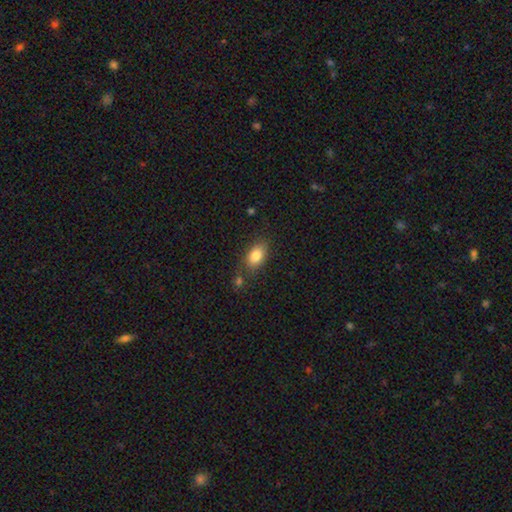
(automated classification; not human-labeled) Smooth or featured?
  - smooth: 84% *
  - star or artifact: 8%
  - featured or disk: 8%
How rounded?
  - in between: 87% *
  - round: 10%
  - cigar-shaped: 3%
Merging?
  - none: 75% *
  - minor disturbance: 14%
  - merger: 7%
  - major disturbance: 4%